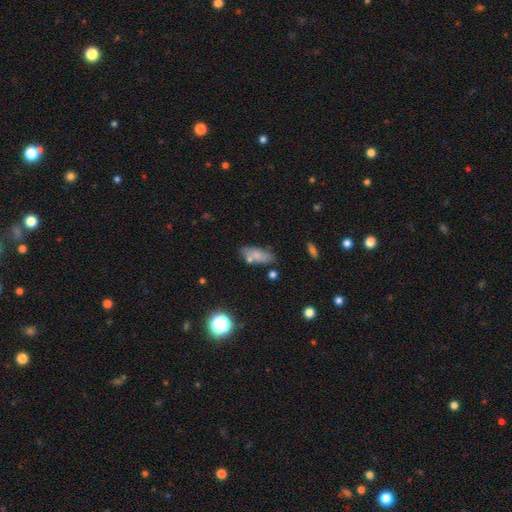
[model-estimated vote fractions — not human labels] A smooth galaxy with no disk features (76%) that is in between round and cigar-shaped (79%). Merging: none (67%).